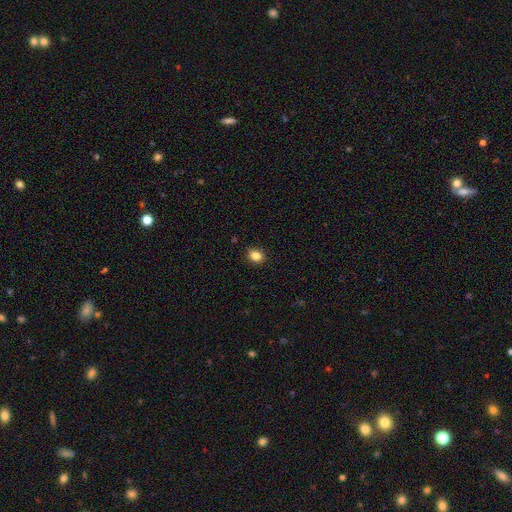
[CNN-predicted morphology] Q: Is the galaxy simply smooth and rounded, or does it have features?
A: smooth — 85%.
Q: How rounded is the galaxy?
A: in between — 54%.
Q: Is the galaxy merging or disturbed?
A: none — 90%.